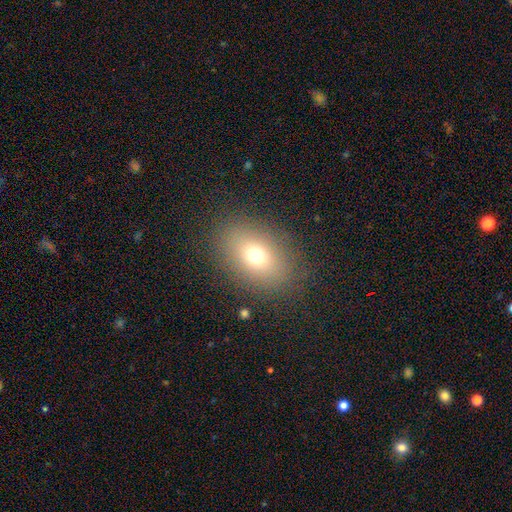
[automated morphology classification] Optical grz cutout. It shows a smooth galaxy with no disk features (71%) that is in between round and cigar-shaped (77%). Merging: none (85%).